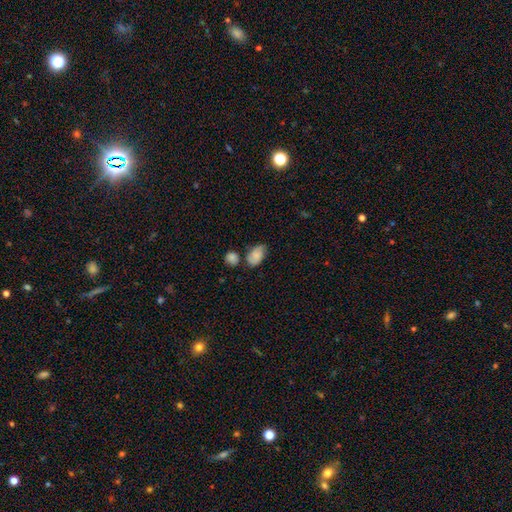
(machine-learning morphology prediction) This is likely a smooth galaxy (72%). How rounded: clearly in between (88%). Merging: possibly none (51%).